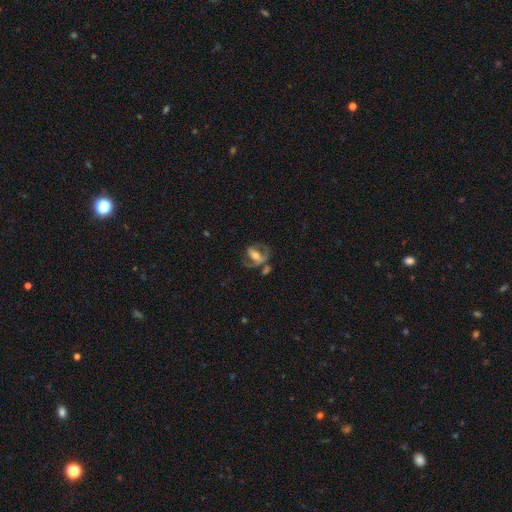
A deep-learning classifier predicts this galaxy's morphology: The model was most divided on "bar": strong: 39%, no: 31%, weak: 30%. Remaining: edge-on disk — no (91%); smooth or featured — featured or disk (67%); bulge size — moderate (64%); spiral arms — yes (61%); merging — none (41%).